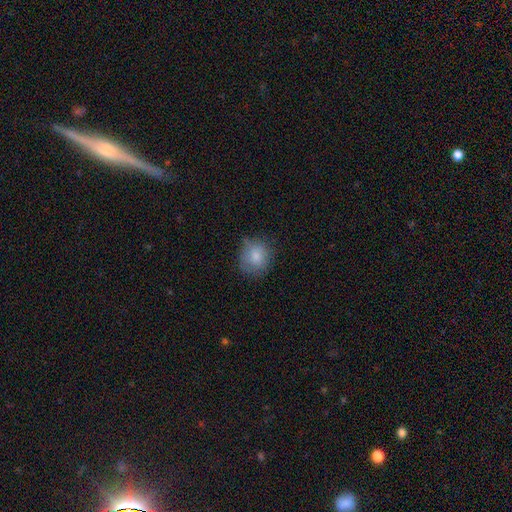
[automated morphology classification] The model was most divided on "merging": none: 66%, minor disturbance: 25%, major disturbance: 7%, merger: 2%. More confident: smooth or featured — smooth (82%); how rounded — round (81%).